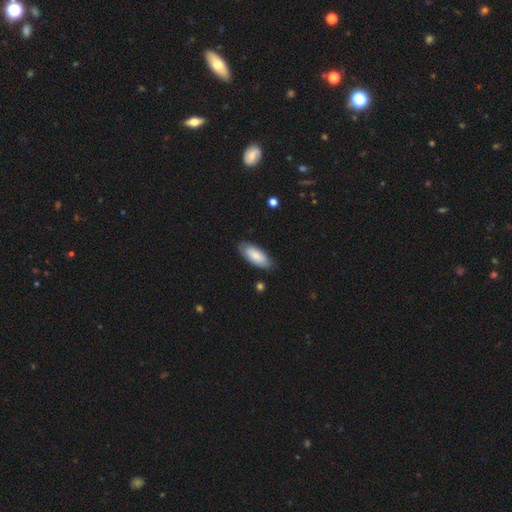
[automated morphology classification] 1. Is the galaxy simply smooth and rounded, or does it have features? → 84% smooth, 11% featured or disk, 5% star or artifact.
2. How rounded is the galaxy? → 83% in between, 15% cigar-shaped, 2% round.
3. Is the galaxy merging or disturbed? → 83% none, 13% minor disturbance, 2% major disturbance, 1% merger.